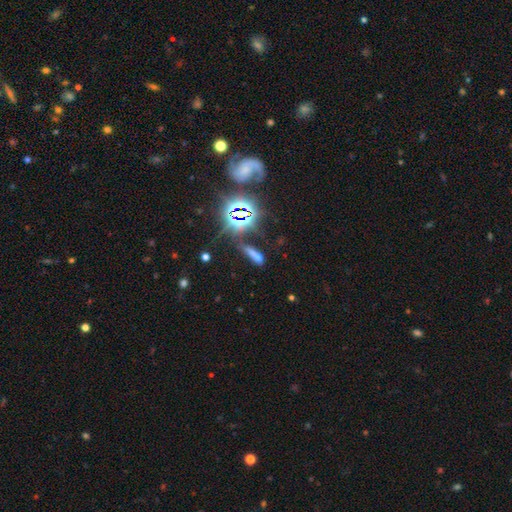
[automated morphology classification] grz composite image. It shows a smooth galaxy with no disk features (45%). Merging: none (43%).